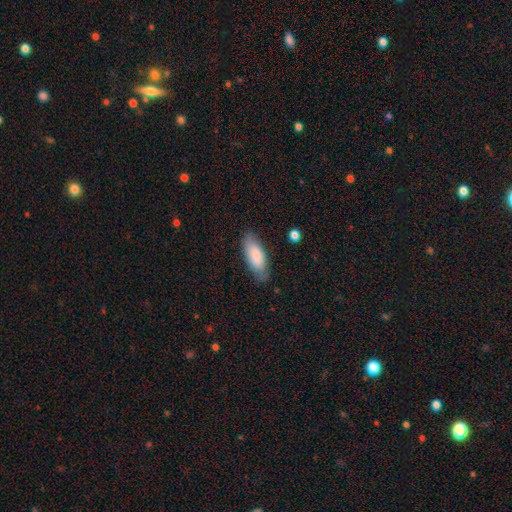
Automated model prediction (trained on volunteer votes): Smooth or featured? smooth (83%)
How rounded? in between (78%)
Merging? none (78%)